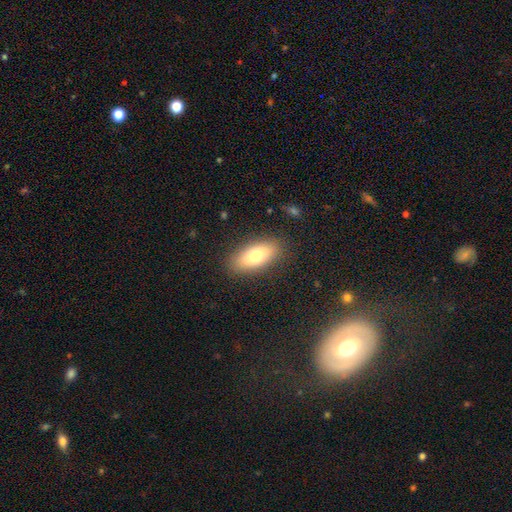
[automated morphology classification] This is likely a smooth galaxy (76%). How rounded: clearly in between (83%). Merging: clearly none (86%).